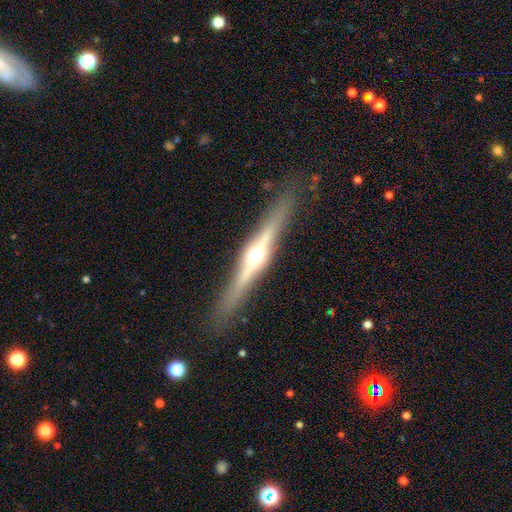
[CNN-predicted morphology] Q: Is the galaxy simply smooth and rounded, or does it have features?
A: featured or disk — 76%.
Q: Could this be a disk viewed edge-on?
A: yes — 97%.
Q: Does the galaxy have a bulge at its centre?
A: rounded — 94%.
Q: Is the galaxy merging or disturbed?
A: none — 88%.